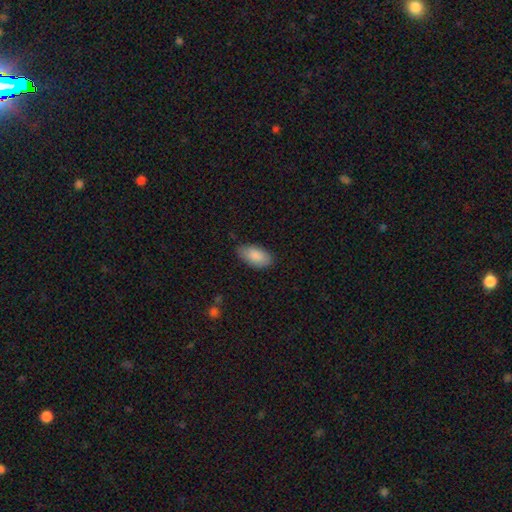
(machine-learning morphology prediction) Overall: smooth (88%). How rounded: in between (94%). Merging: none (80%).